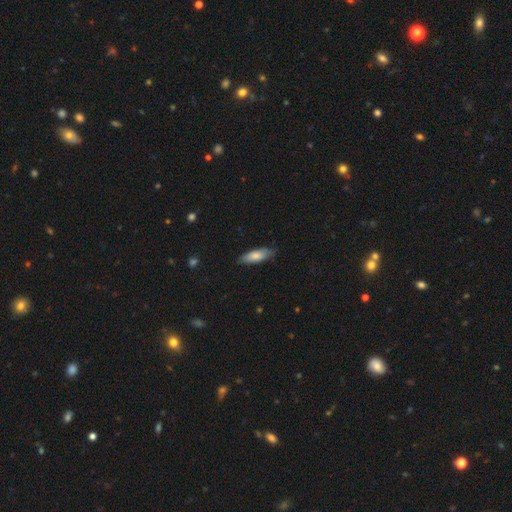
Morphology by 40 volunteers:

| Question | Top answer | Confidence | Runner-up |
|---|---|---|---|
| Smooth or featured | smooth | 82% | featured or disk (12%) |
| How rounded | in between | 76% | cigar-shaped (24%) |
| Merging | none | 89% | minor disturbance (11%) |